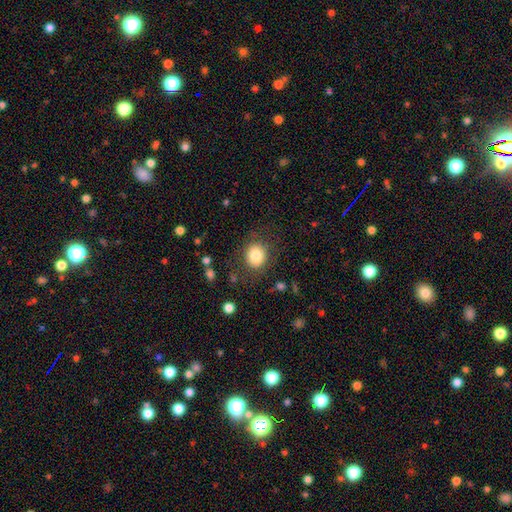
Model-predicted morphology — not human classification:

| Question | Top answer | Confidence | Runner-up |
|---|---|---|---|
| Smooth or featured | smooth | 82% | star or artifact (9%) |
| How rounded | round | 76% | in between (23%) |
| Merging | none | 82% | minor disturbance (11%) |